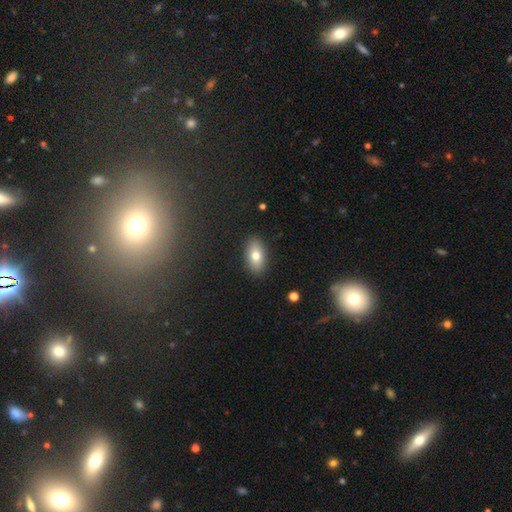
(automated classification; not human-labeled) A smooth galaxy with no disk features (76%) that is in between round and cigar-shaped (92%). Merging: none (89%).